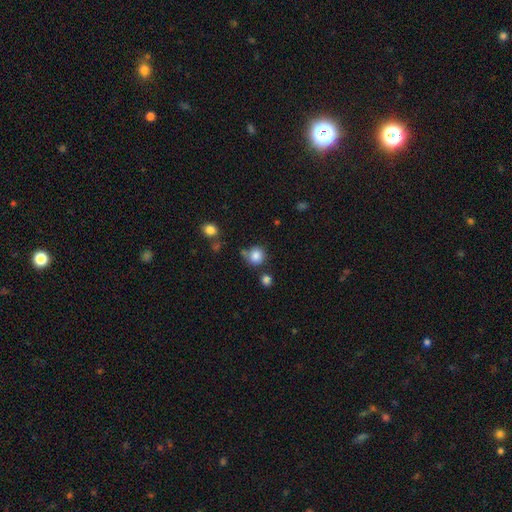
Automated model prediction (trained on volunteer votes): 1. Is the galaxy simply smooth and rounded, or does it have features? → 84% smooth, 11% star or artifact, 5% featured or disk.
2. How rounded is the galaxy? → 88% round, 11% in between, 1% cigar-shaped.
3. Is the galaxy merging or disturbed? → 70% none, 14% minor disturbance, 12% merger, 5% major disturbance.